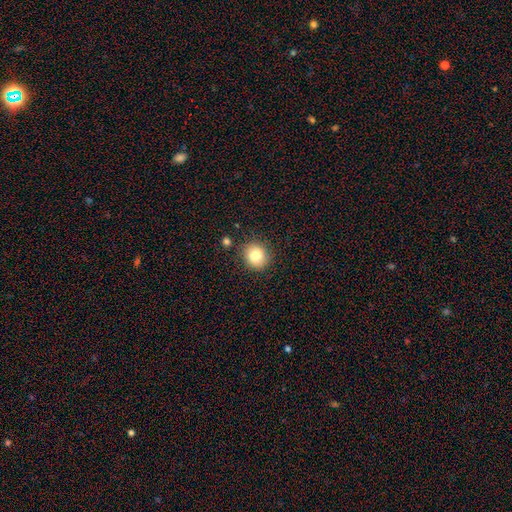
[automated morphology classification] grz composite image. It shows a smooth galaxy with no disk features (81%) that is round (87%). Merging: none (86%).